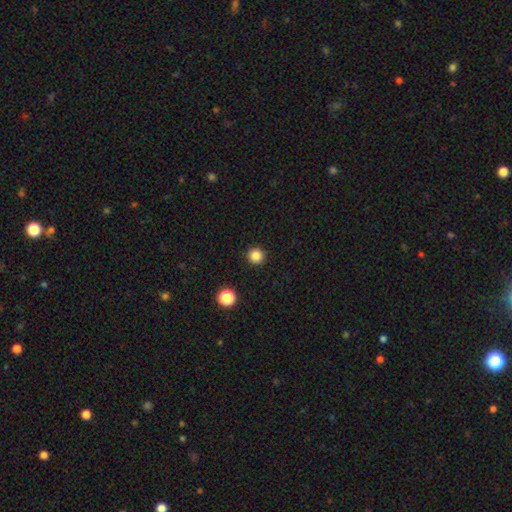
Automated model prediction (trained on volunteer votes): This appears to be a smooth galaxy with no disk features (85%) that is round (96%). Merging: none (93%).